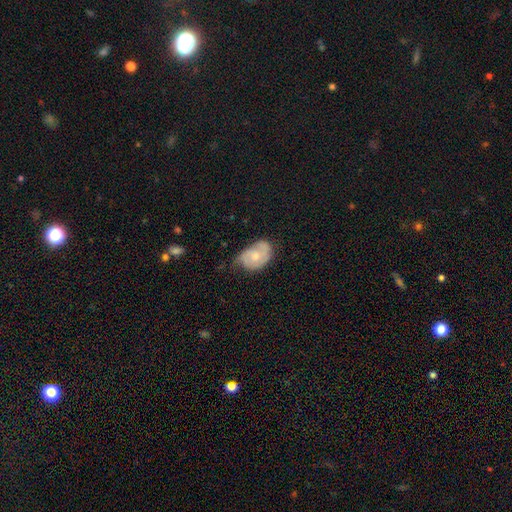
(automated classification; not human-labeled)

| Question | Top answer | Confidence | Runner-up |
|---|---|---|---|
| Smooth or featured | featured or disk | 51% | smooth (42%) |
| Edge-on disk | no | 96% | yes (4%) |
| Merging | none | 44% | minor disturbance (39%) |